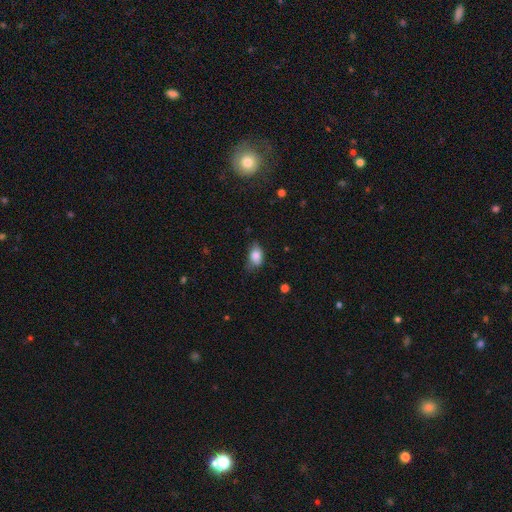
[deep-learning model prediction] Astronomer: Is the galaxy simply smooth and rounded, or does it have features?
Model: smooth — 83%.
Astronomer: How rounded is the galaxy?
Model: in between — 83%.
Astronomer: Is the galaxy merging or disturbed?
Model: none — 54% (runner-up: minor disturbance, 35%).